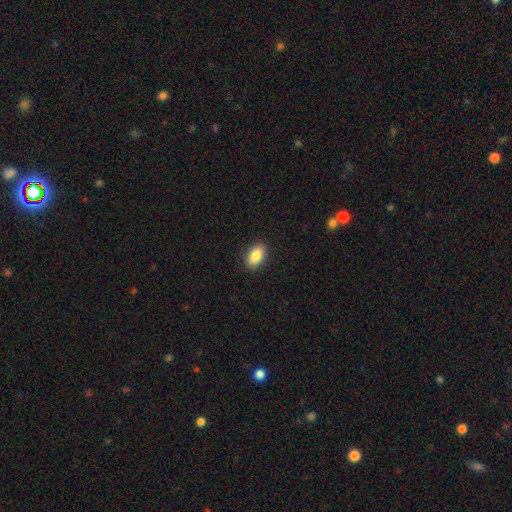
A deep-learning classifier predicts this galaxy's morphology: type=smooth (85%); roundness=in between (90%); merging=none (90%).